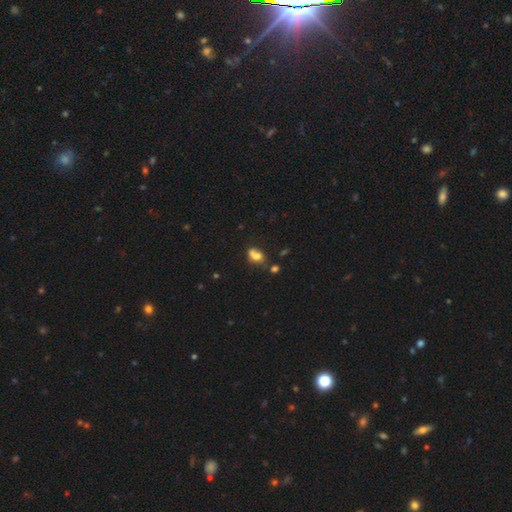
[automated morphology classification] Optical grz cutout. It shows a smooth galaxy with no disk features (69%) that is in between round and cigar-shaped (59%). Merging: merger (48%).